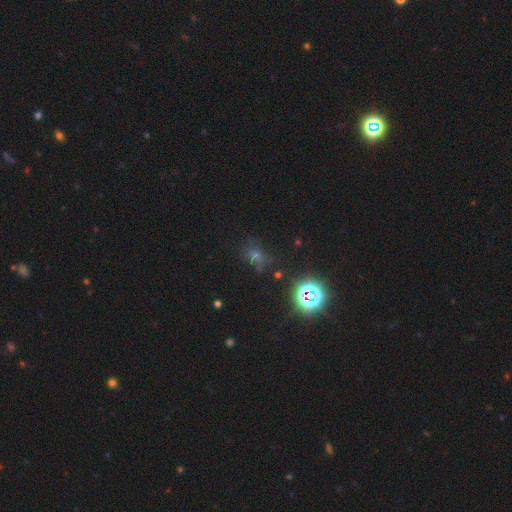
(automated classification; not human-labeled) Morphology: type=star or artifact (48%).